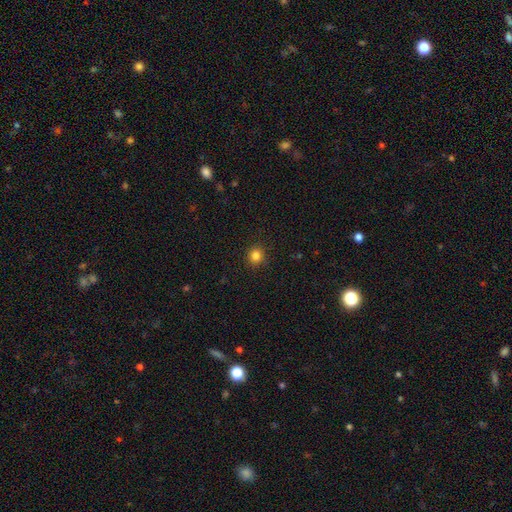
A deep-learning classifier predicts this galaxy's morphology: The model was most divided on "smooth or featured": smooth: 83%, star or artifact: 13%, featured or disk: 4%. More confident: merging — none (91%); how rounded — round (91%).